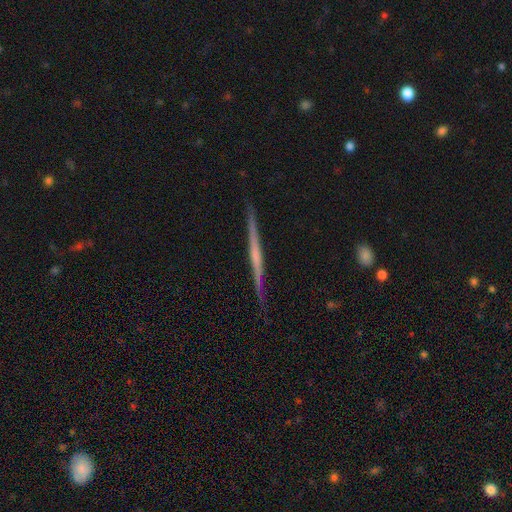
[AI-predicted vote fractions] This is likely a featured or disk galaxy (73%). It is clearly viewed edge-on (98%). Edge-on bulge: likely none (63%). Merging: clearly none (90%).